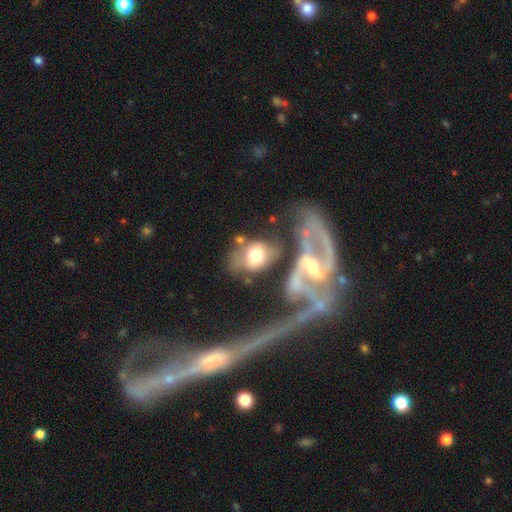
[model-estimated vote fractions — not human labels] A smooth galaxy with no disk features (49%).

Vote fractions:
- Smooth or featured? smooth: 49% / featured or disk: 43% / star or artifact: 8%
- Merging? merger: 38% / none: 30% / major disturbance: 16% / minor disturbance: 15%